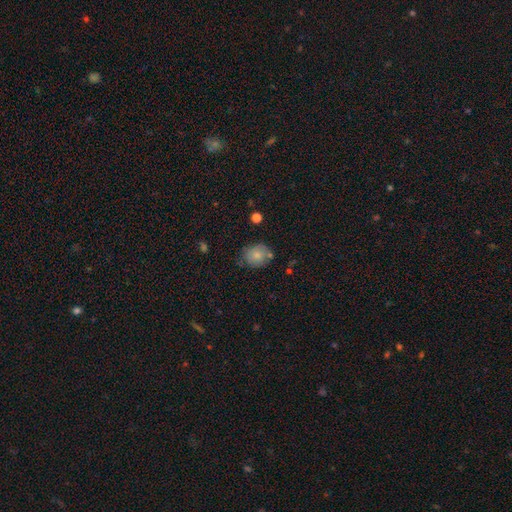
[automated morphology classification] Overall: smooth (79%). How rounded: round (63%; in between 36%). Merging: none (70%).